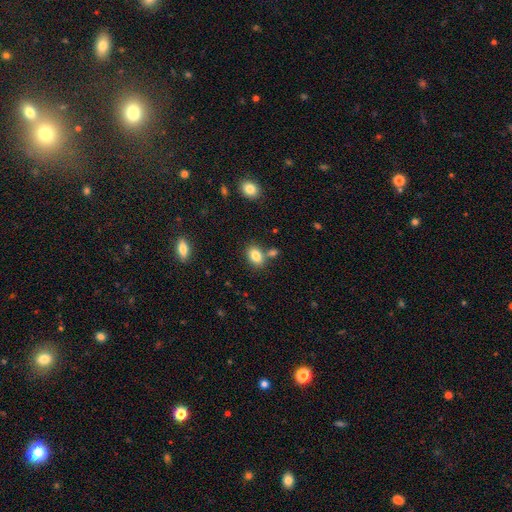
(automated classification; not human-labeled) Smooth or featured?
  - smooth: 84% *
  - star or artifact: 9%
  - featured or disk: 7%
How rounded?
  - in between: 80% *
  - round: 18%
  - cigar-shaped: 1%
Merging?
  - none: 68% *
  - merger: 16%
  - minor disturbance: 12%
  - major disturbance: 4%